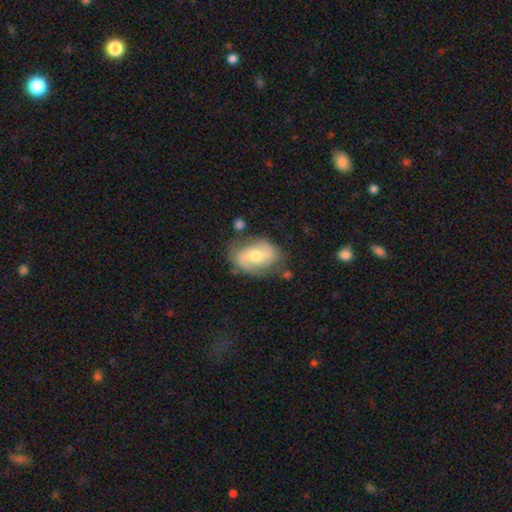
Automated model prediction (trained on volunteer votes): A featured or disk galaxy (62%) with no bar (52%), spiral arms (82%) and a moderate central bulge (69%).

Vote fractions:
- Smooth or featured? featured or disk: 62% / smooth: 31% / star or artifact: 7%
- Edge-on disk? no: 96% / yes: 4%
- Bar? no: 52% / weak: 36% / strong: 12%
- Spiral arms? yes: 82% / no: 18%
- Bulge size? moderate: 69% / small: 23% / large: 6% / none: 1% / dominant: 1%
- Merging? none: 65% / minor disturbance: 23% / major disturbance: 8% / merger: 4%